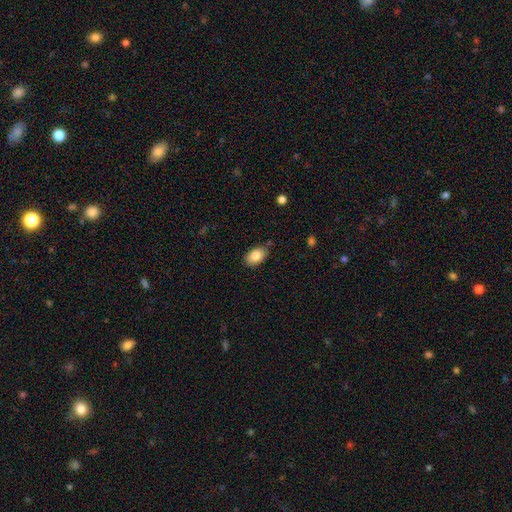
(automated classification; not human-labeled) Smooth or featured? Predicted: smooth (p=0.85). How rounded? Predicted: in between (p=0.91). Merging? Predicted: none (p=0.83).